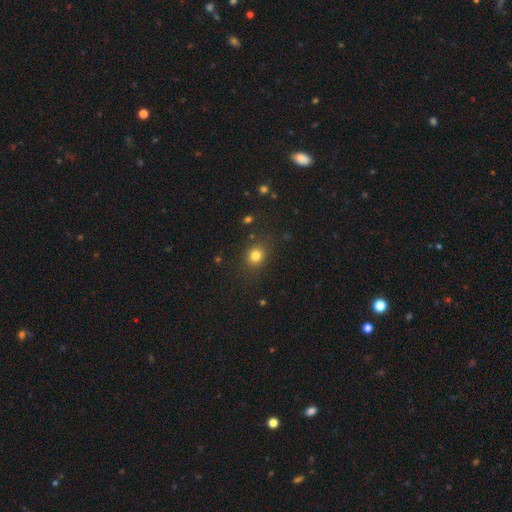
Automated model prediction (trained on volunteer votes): Smooth or featured? Predicted: smooth (p=0.81). How rounded? Predicted: round (p=0.70). Merging? Predicted: none (p=0.84).